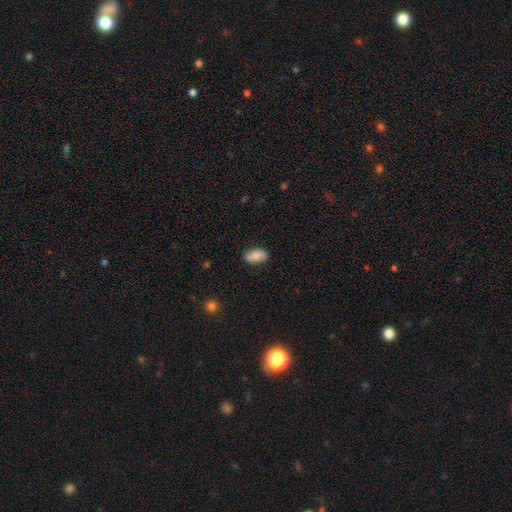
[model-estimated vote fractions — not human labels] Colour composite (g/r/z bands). It shows a smooth galaxy with no disk features (78%) that is in between round and cigar-shaped (93%). Merging: none (83%).